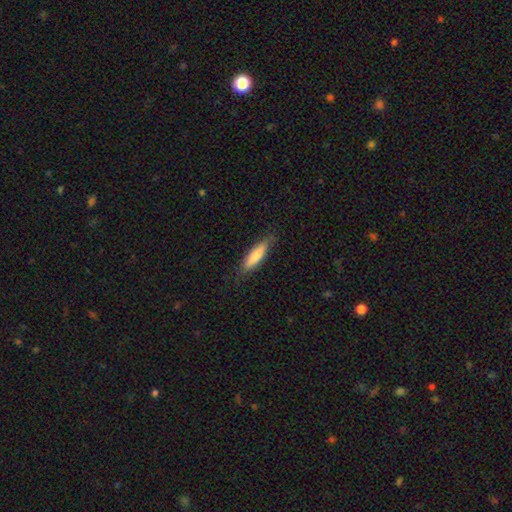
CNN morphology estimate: smooth_or_featured: smooth (p=0.76) [alt: featured or disk p=0.18]
how_rounded: cigar-shaped (p=0.73) [alt: in between p=0.26]
merging: none (p=0.80) [alt: minor disturbance p=0.15]